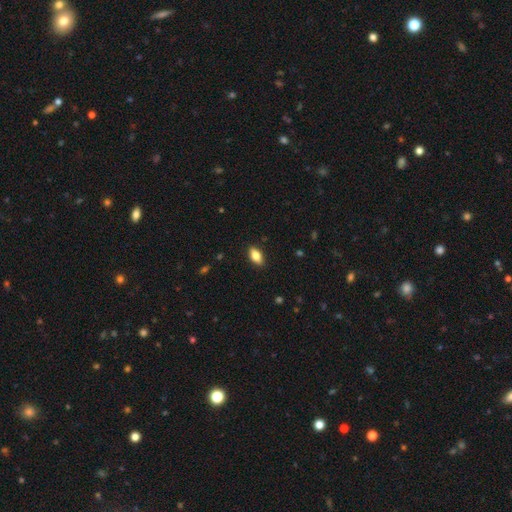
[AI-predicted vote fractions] smooth 79%, featured or disk 14%, star or artifact 7%. Down the decision tree: how rounded — in between (88%); merging — none (88%).